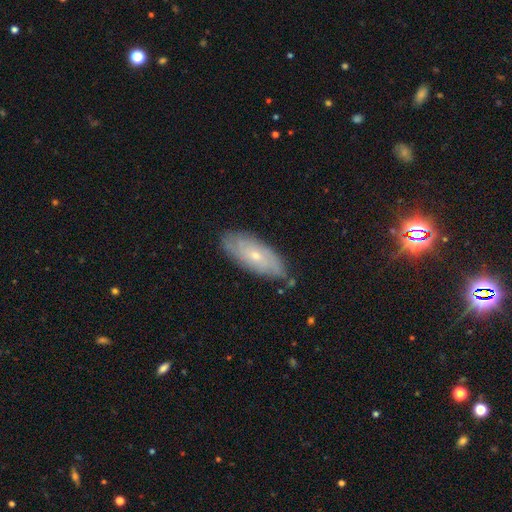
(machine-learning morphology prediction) type=featured or disk (54%); edge-on=no (84%); merging=none (78%).